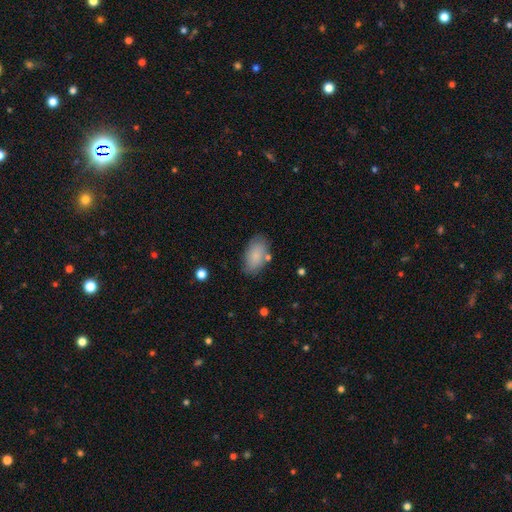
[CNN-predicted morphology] smooth-or-featured: smooth: 83% | featured or disk: 10% | star or artifact: 7%
  how-rounded: in between: 93% | round: 5% | cigar-shaped: 2%
  merging: none: 74% | minor disturbance: 17% | merger: 5% | major disturbance: 4%